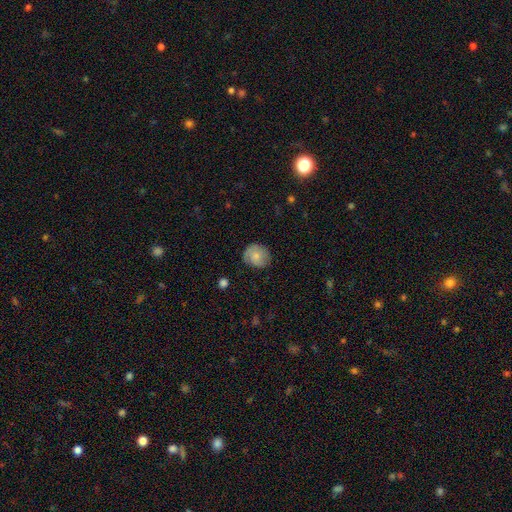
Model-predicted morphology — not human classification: This is likely a smooth galaxy (64%). How rounded: likely round (74%). Merging: likely none (67%).